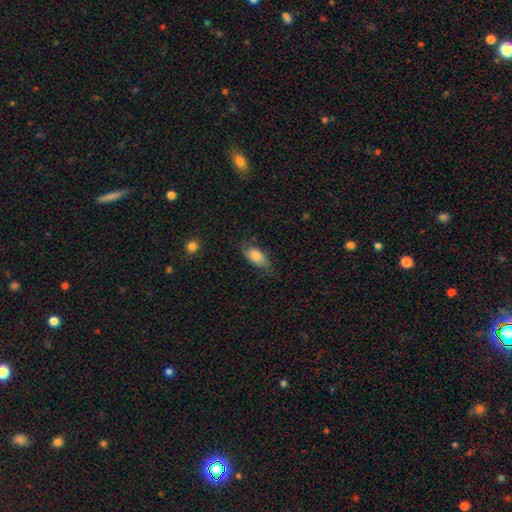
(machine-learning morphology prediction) This is likely a smooth galaxy (78%). How rounded: clearly in between (89%). Merging: likely none (64%).